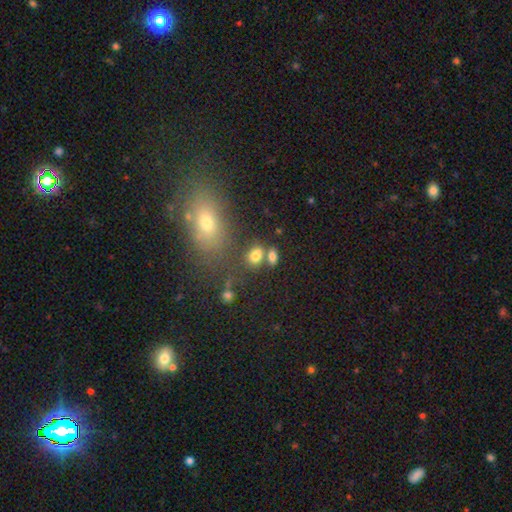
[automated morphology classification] This is likely a smooth galaxy (78%). How rounded: likely in between (80%). Merging: possibly none (58%).